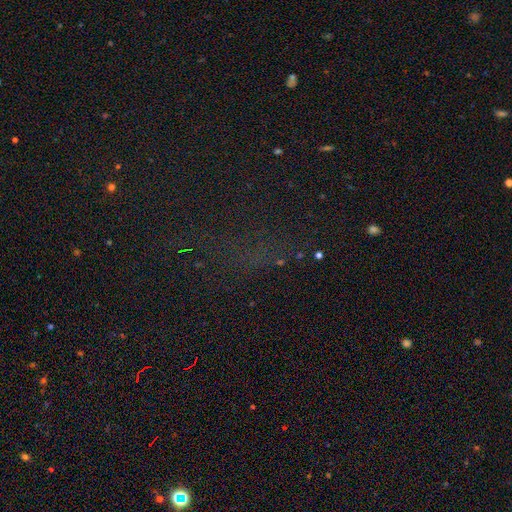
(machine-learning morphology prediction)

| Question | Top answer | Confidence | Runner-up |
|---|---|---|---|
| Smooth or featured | star or artifact | 67% | smooth (21%) |